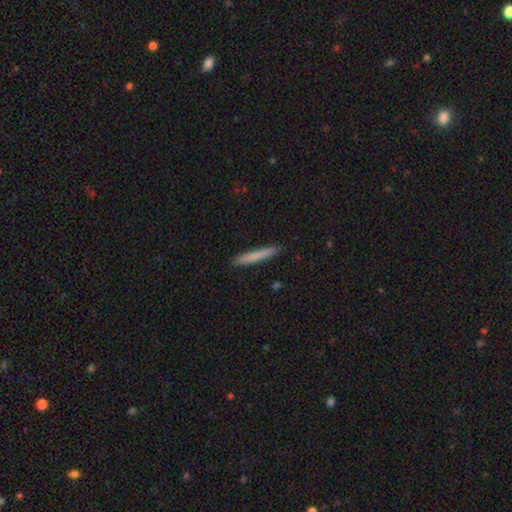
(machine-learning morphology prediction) Smooth or featured: smooth — 77% (featured or disk — 17%)
How rounded: cigar-shaped — 96% (in between — 3%)
Merging: none — 92% (minor disturbance — 6%)